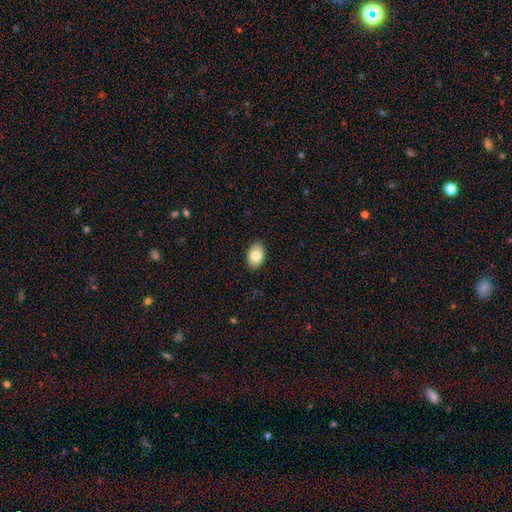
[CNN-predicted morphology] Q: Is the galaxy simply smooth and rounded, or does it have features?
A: smooth — 82%.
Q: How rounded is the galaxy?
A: in between — 88%.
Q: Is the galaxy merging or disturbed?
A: none — 89%.